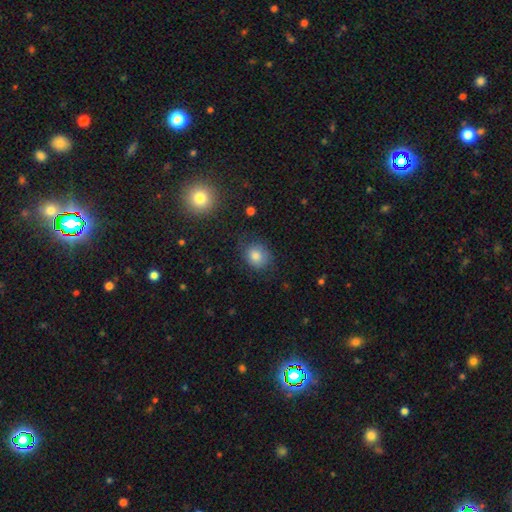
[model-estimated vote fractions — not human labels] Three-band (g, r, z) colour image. It shows a smooth galaxy with no disk features (81%) that is round (66%). Merging: none (73%).